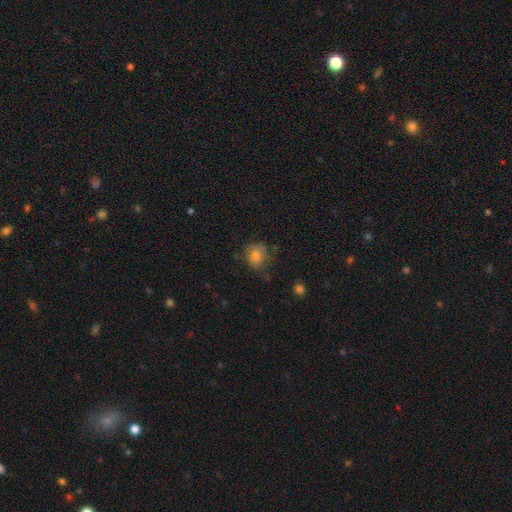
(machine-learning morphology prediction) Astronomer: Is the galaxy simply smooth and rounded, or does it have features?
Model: smooth — 77%.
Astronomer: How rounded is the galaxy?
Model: round — 71%.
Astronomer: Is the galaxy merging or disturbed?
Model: none — 63%.